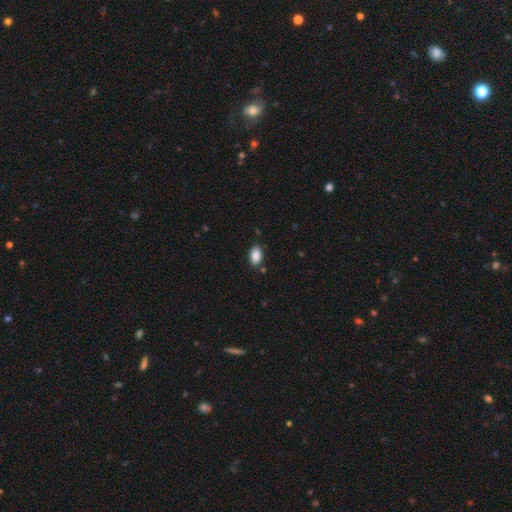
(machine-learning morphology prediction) This appears to be a smooth galaxy with no disk features (88%) that is in between round and cigar-shaped (91%). Merging: none (84%).